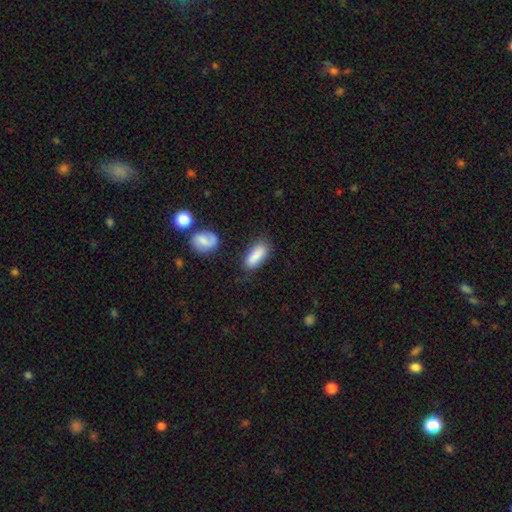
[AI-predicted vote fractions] This is clearly a smooth galaxy (86%). How rounded: likely in between (76%). Merging: likely none (76%).